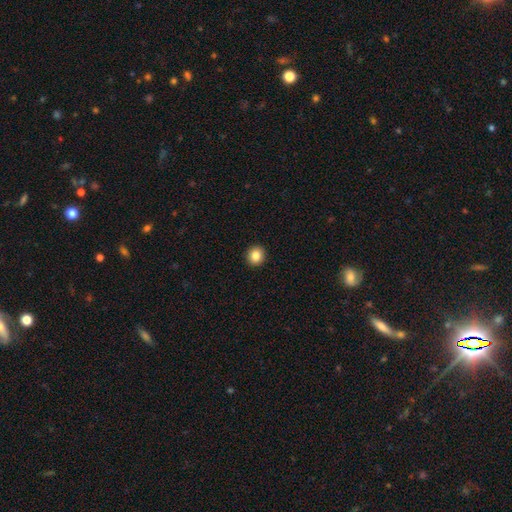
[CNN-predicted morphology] A smooth galaxy with no disk features (85%) that is round (92%). Merging: none (94%).